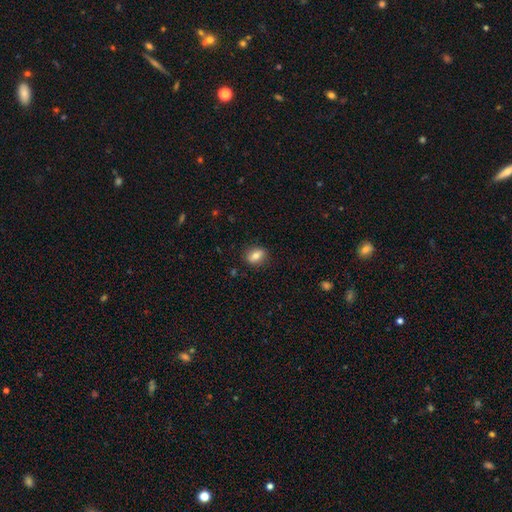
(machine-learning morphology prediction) smooth-or-featured: smooth: 78% | featured or disk: 14% | star or artifact: 9%
  how-rounded: in between: 65% | round: 32% | cigar-shaped: 3%
  merging: none: 86% | minor disturbance: 10% | major disturbance: 3% | merger: 1%